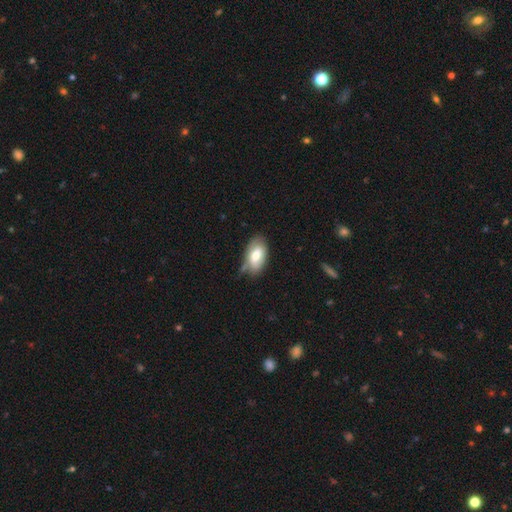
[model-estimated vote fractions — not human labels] This is likely a smooth galaxy (67%). How rounded: clearly in between (93%). Merging: possibly none (54%).